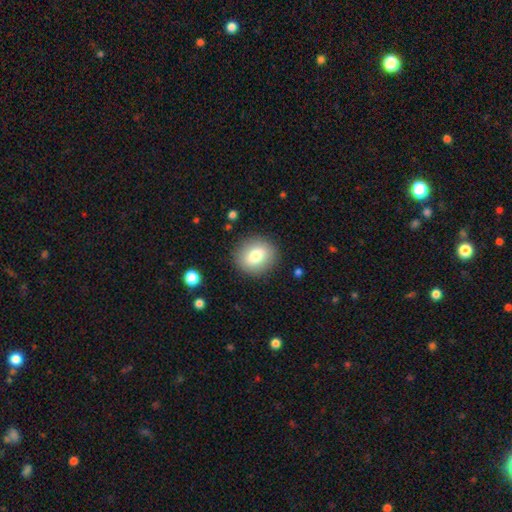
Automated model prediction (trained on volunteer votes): This appears to be a smooth galaxy with no disk features (74%) that is round (75%). Merging: none (88%).